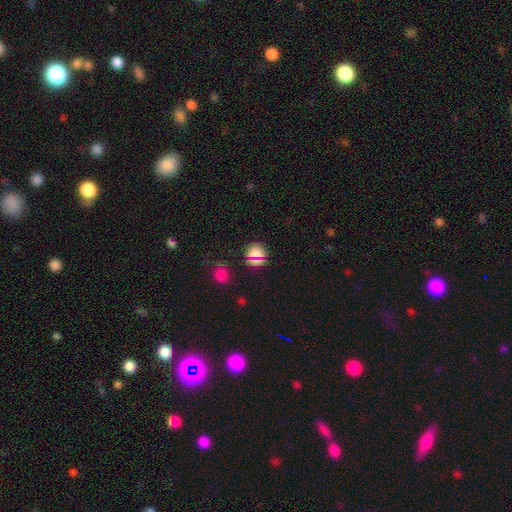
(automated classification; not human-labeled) Smooth or featured? Predicted: smooth (p=0.63). How rounded? Predicted: round (p=0.85). Merging? Predicted: none (p=0.82).